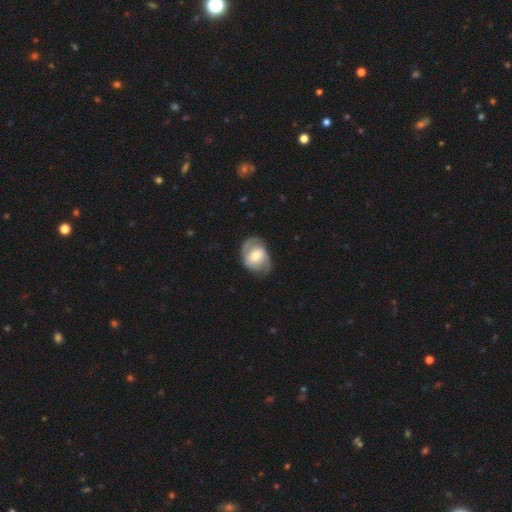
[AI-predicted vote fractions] featured or disk 66%, smooth 28%, star or artifact 6%. Down the decision tree: edge-on disk — no (96%); bar — weak (42%); spiral arms — yes (84%); spiral arm count — 2 (81%); spiral winding — medium (46%); bulge size — moderate (59%); merging — none (70%).